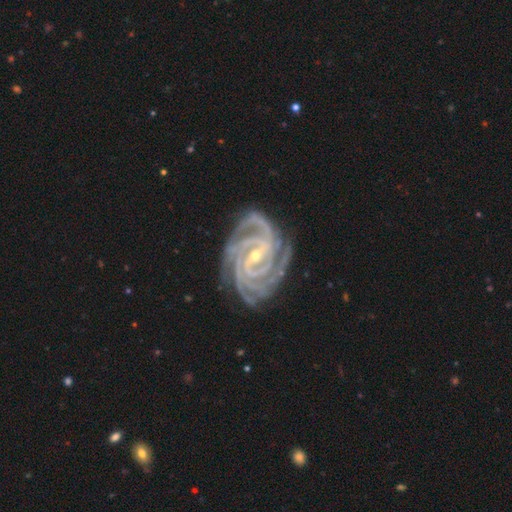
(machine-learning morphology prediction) smooth-or-featured: featured or disk: 93% | star or artifact: 4% | smooth: 2%
  disk-edge-on: no: 98% | yes: 2%
    bar: strong: 42% | weak: 39% | no: 19%
    has-spiral-arms: yes: 99% | no: 1%
      spiral-winding: tight: 81% | medium: 17% | loose: 2%
      spiral-arm-count: 4: 36% | 3: 24% | more than 4: 12% | 2: 11% | can't tell: 10% | 1: 7%
    bulge-size: small: 64% | moderate: 33% | large: 1% | none: 1% | dominant: 1%
  merging: none: 80% | minor disturbance: 14% | major disturbance: 4% | merger: 1%